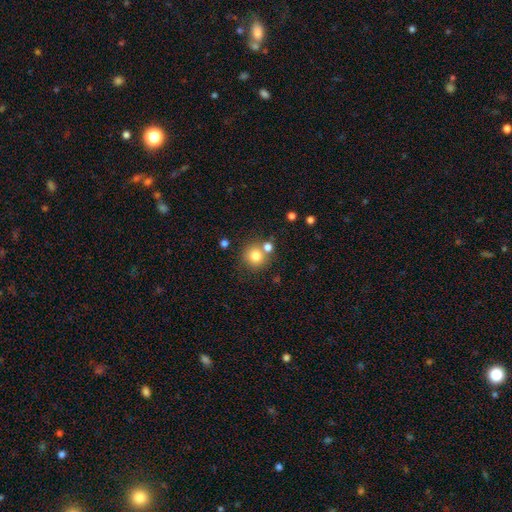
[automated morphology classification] smooth 79%, star or artifact 12%, featured or disk 9%. Down the decision tree: how rounded — round (91%); merging — none (68%).